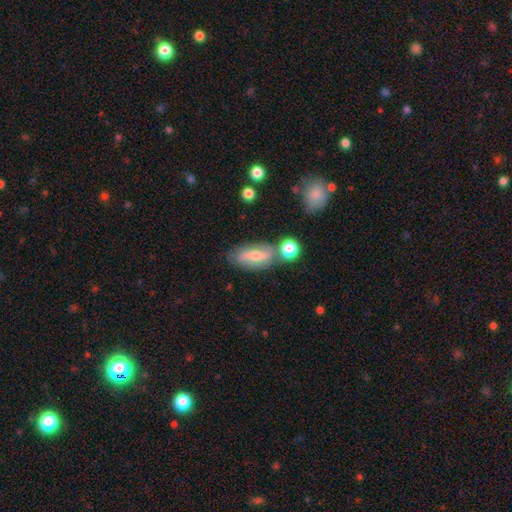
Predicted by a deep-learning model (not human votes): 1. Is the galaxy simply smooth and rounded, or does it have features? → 60% featured or disk, 32% smooth, 8% star or artifact.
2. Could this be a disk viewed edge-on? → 86% no, 14% yes.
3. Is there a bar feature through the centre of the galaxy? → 37% weak, 32% no, 30% strong.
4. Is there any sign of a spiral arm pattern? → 81% yes, 19% no.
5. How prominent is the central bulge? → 56% moderate, 37% small, 4% large, 2% none, 1% dominant.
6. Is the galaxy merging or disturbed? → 66% none, 17% minor disturbance, 12% merger, 5% major disturbance.